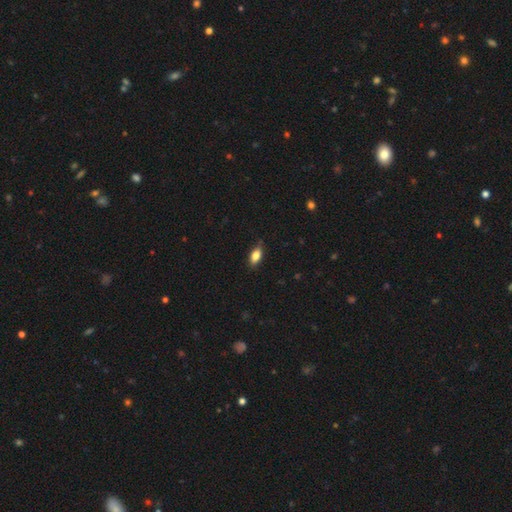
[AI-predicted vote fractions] A smooth galaxy with no disk features (82%) that is in between round and cigar-shaped (87%). Merging: none (82%).